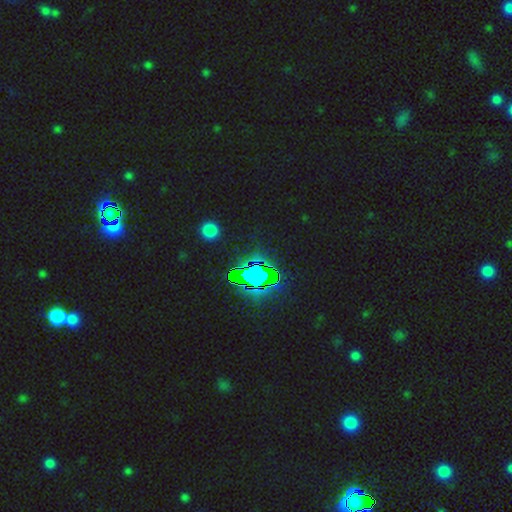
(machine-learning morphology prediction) Smooth or featured? Predicted: star or artifact (p=0.83).